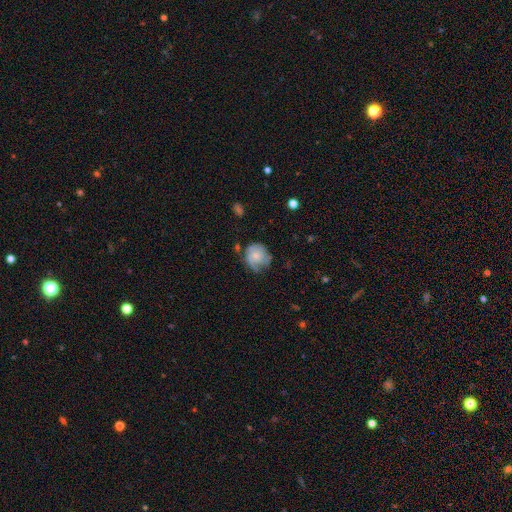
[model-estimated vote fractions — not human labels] Q: Smooth or featured?
A: smooth (46%); tied with: featured or disk (46%)
Q: Merging?
A: none (50%); runner-up: minor disturbance (31%)